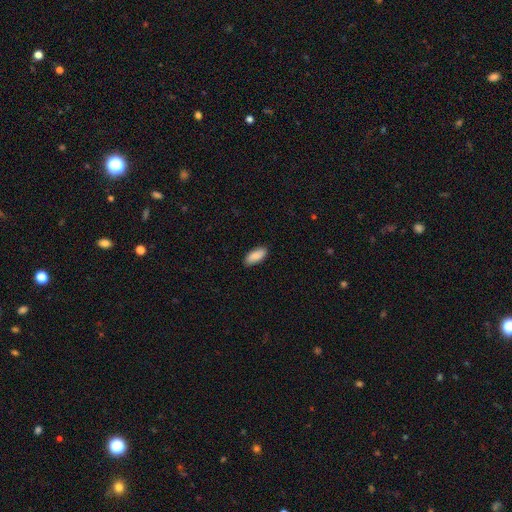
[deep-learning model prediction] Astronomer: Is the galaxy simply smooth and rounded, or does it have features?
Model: smooth — 88%.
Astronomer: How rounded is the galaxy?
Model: in between — 87%.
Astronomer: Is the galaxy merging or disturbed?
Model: none — 88%.